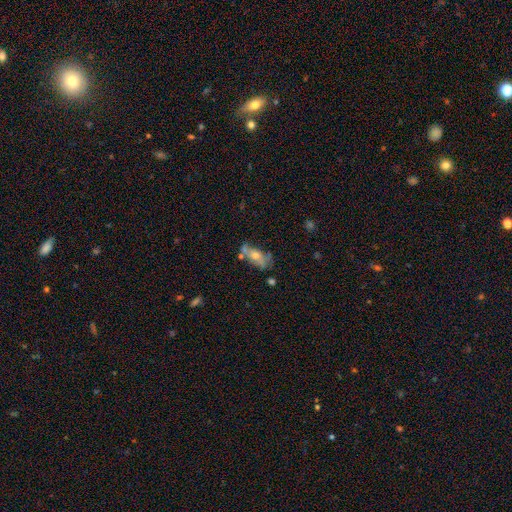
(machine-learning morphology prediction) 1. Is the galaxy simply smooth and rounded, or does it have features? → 48% smooth, 44% featured or disk, 9% star or artifact.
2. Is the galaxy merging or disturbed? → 38% none, 25% minor disturbance, 19% merger, 17% major disturbance.